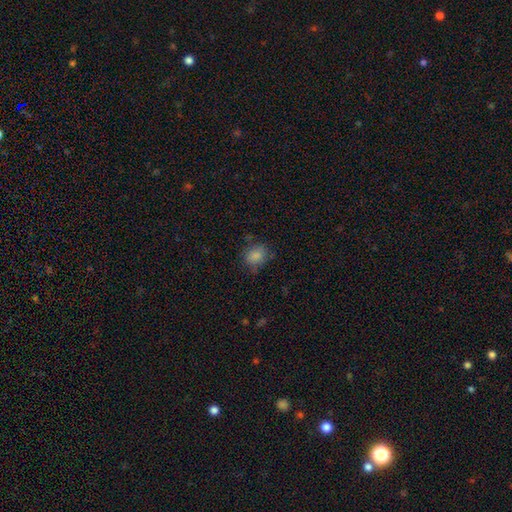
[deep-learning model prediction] Q: Smooth or featured?
A: smooth (83%); runner-up: star or artifact (11%)
Q: How rounded?
A: round (54%); runner-up: in between (45%)
Q: Merging?
A: none (69%); runner-up: minor disturbance (22%)